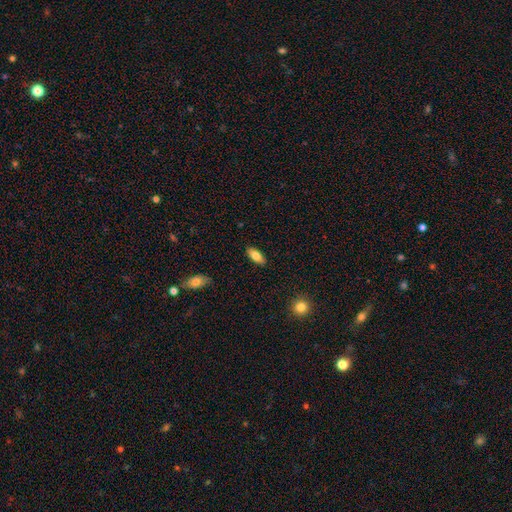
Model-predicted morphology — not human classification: Smooth or featured? smooth (79%)
How rounded? in between (83%)
Merging? none (88%)